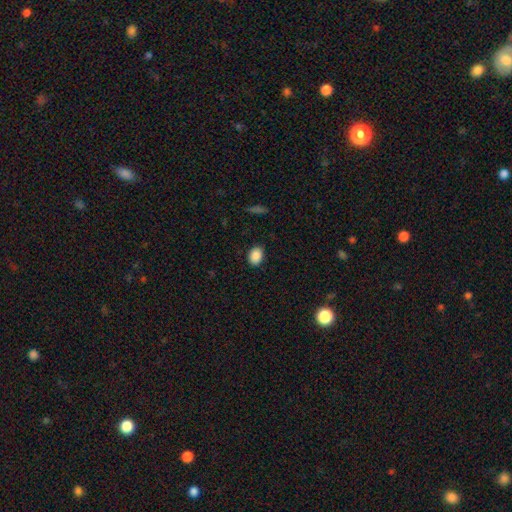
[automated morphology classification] This appears to be a smooth galaxy with no disk features (89%) that is in between round and cigar-shaped (73%). Merging: none (88%).